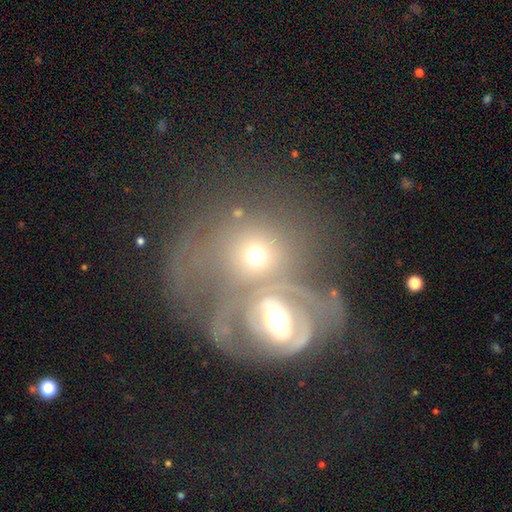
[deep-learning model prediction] This appears to be a featured or disk galaxy (50%). Merging: merger (67%).